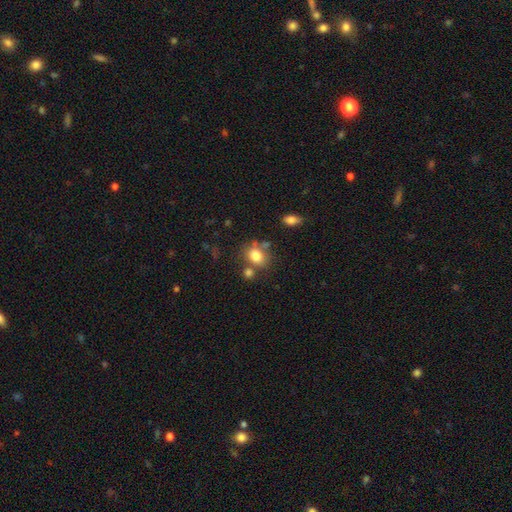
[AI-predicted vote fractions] Morphology: type=smooth (79%); roundness=in between (51%); merging=none (59%).